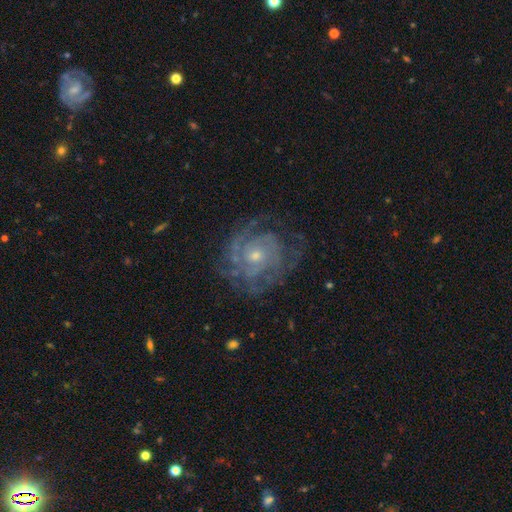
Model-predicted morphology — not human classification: The model was most divided on "bulge size": small: 58%, moderate: 38%, large: 2%, none: 2%, dominant: 1%. Remaining: edge-on disk — no (97%); spiral arms — yes (91%); smooth or featured — featured or disk (83%); bar — no (78%); merging — none (69%); spiral winding — tight (67%); spiral arm count — can't tell (42%).